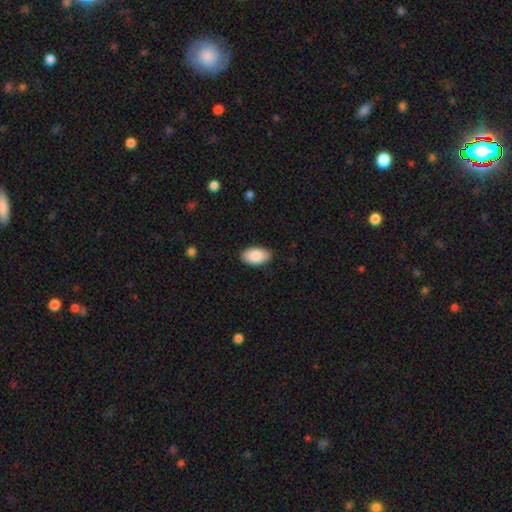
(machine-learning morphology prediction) type=smooth (88%); roundness=in between (95%); merging=none (87%).